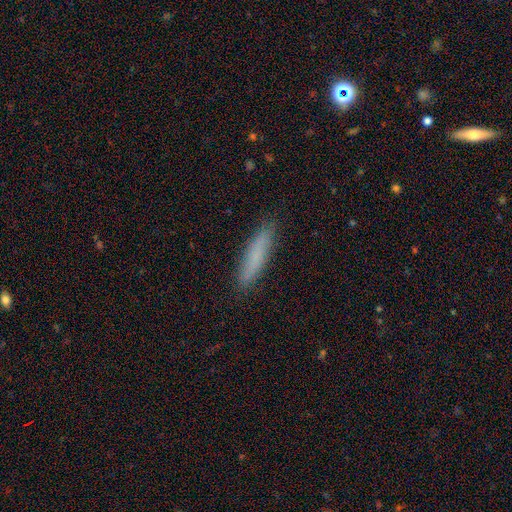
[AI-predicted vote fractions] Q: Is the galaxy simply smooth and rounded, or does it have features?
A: smooth — 77%.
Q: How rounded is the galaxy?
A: cigar-shaped — 85%.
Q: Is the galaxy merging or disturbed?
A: none — 88%.